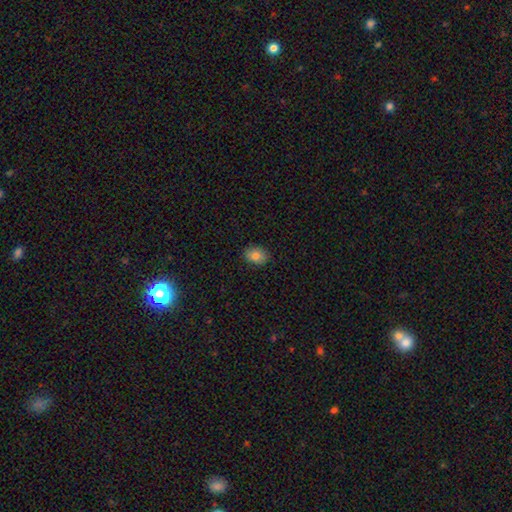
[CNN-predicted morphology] smooth-or-featured: smooth: 84% | star or artifact: 9% | featured or disk: 8%
  how-rounded: in between: 73% | round: 26% | cigar-shaped: 1%
  merging: none: 88% | minor disturbance: 9% | major disturbance: 2% | merger: 1%